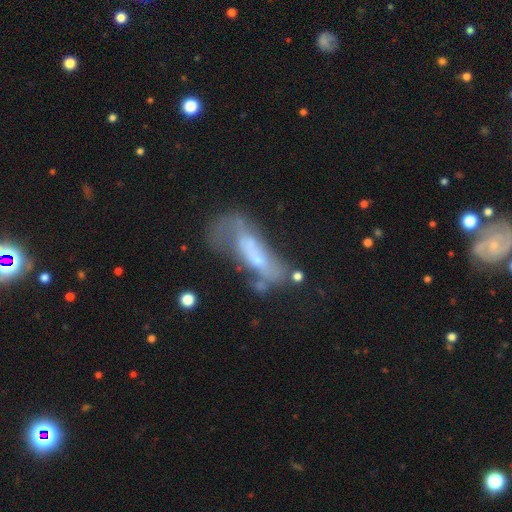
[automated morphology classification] type=featured or disk (49%); merging=major disturbance (40%).